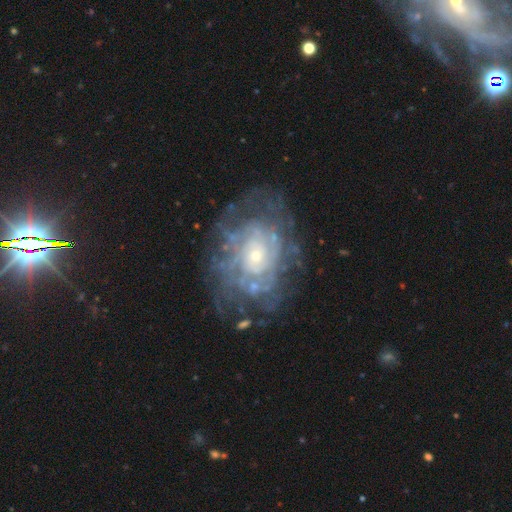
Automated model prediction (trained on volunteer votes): Q: Smooth or featured?
A: featured or disk (81%); runner-up: smooth (12%)
Q: Edge-on disk?
A: no (96%); runner-up: yes (4%)
Q: Bar?
A: no (82%); runner-up: weak (15%)
Q: Spiral arms?
A: yes (79%); runner-up: no (21%)
Q: Spiral winding?
A: tight (70%); runner-up: medium (22%)
Q: Spiral arm count?
A: can't tell (59%); runner-up: more than 4 (11%)
Q: Bulge size?
A: small (67%); runner-up: moderate (27%)
Q: Merging?
A: none (66%); runner-up: minor disturbance (18%)